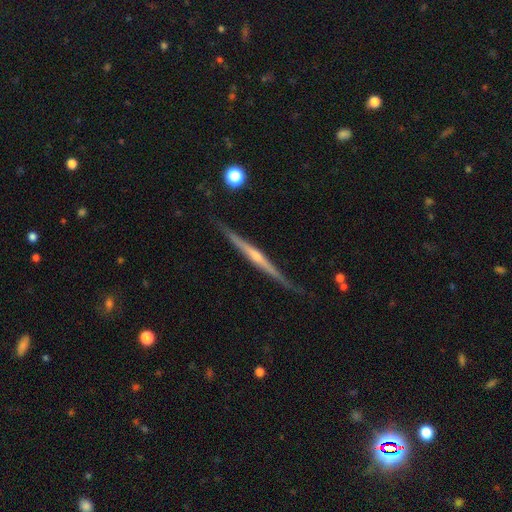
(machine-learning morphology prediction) Smooth or featured: featured or disk — 79% (smooth — 15%)
Edge-on disk: yes — 98% (no — 2%)
Edge-on bulge: rounded — 67% (none — 27%)
Merging: none — 85% (minor disturbance — 12%)